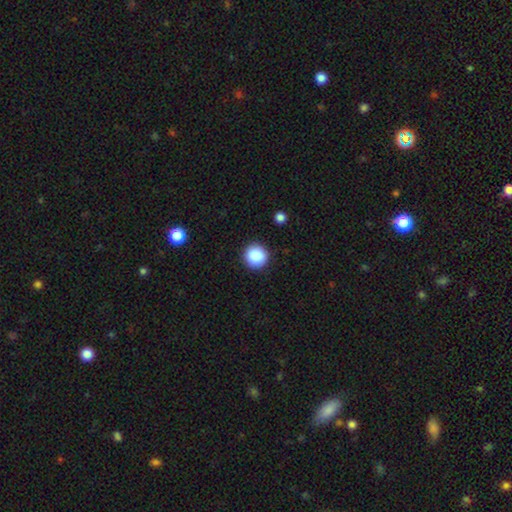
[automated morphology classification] type=smooth (89%); roundness=round (95%); merging=none (91%).